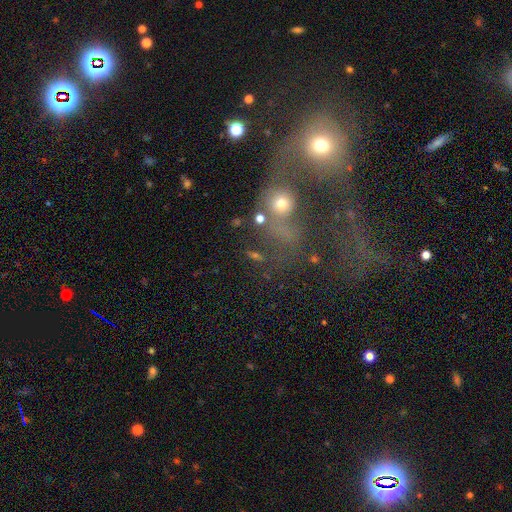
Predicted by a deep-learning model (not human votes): smooth-or-featured: smooth: 42% | star or artifact: 32% | featured or disk: 26%
  merging: none: 44% | merger: 25% | major disturbance: 18% | minor disturbance: 14%